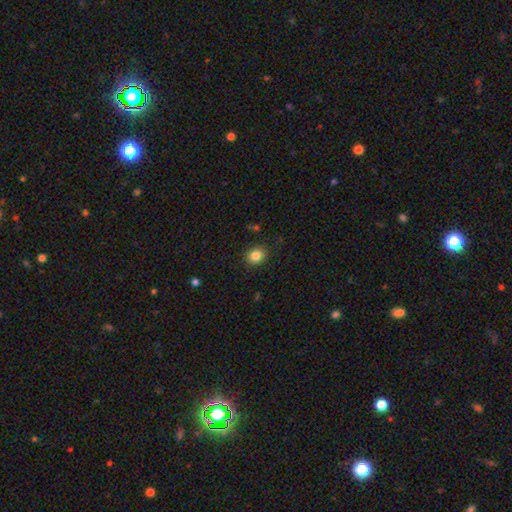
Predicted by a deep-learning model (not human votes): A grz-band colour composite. It shows a smooth galaxy with no disk features (84%) that is round (65%). Merging: none (88%).